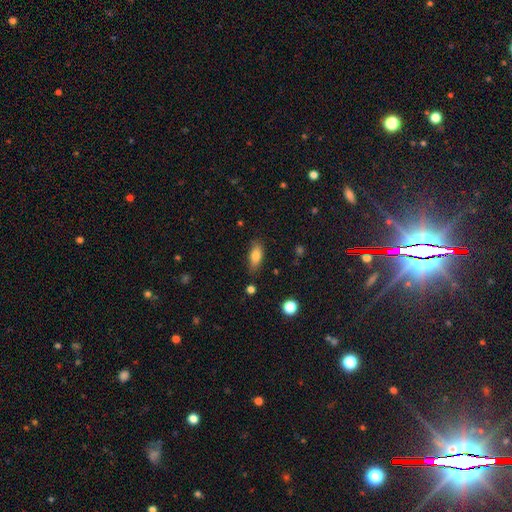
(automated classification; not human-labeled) A smooth galaxy with no disk features (80%) that is in between round and cigar-shaped (81%). Merging: none (79%).